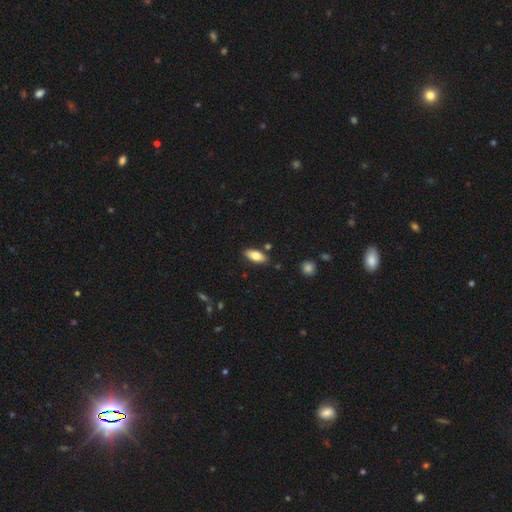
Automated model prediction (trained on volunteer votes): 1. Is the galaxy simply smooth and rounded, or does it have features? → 74% smooth, 19% featured or disk, 7% star or artifact.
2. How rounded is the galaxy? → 83% in between, 14% cigar-shaped, 2% round.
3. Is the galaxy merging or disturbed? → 85% none, 10% minor disturbance, 3% merger, 2% major disturbance.